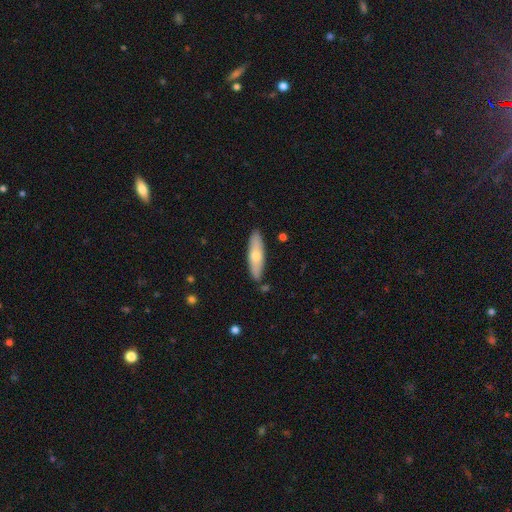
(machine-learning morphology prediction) A smooth galaxy with no disk features (62%) that is cigar-shaped (66%). Merging: none (87%).